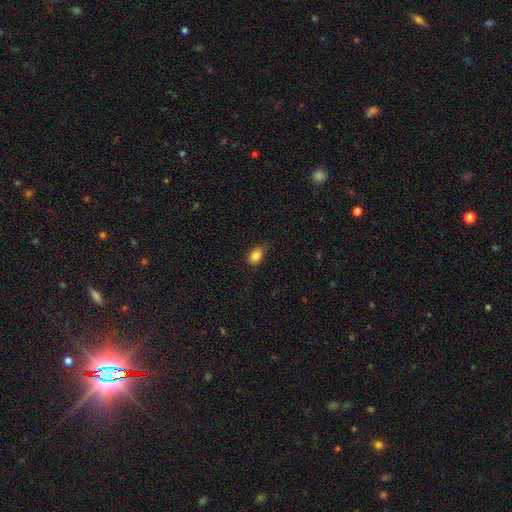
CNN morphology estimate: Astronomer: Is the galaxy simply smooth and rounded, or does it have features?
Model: smooth — 84%.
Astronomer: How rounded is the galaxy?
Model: in between — 76%.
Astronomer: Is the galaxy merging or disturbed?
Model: none — 68%.